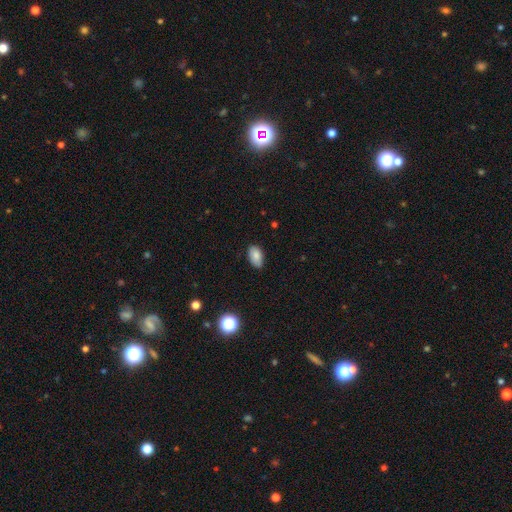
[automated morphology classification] Smooth or featured: smooth — 84% (star or artifact — 9%)
How rounded: in between — 93% (round — 6%)
Merging: none — 81% (minor disturbance — 16%)